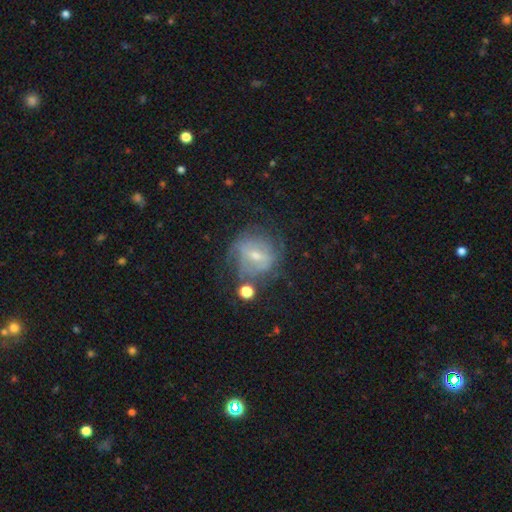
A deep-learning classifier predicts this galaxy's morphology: Smooth or featured: featured or disk — 67% (smooth — 24%)
Edge-on disk: no — 96% (yes — 4%)
Bar: weak — 50% (strong — 25%)
Spiral arms: yes — 71% (no — 29%)
Bulge size: small — 49% (moderate — 45%)
Merging: none — 52% (minor disturbance — 22%)